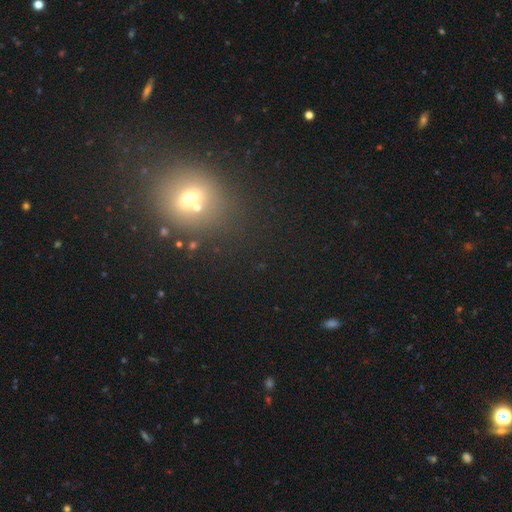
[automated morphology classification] smooth_or_featured: smooth (p=0.52) [alt: star or artifact p=0.37]
how_rounded: round (p=0.66) [alt: in between p=0.32]
merging: none (p=0.83) [alt: minor disturbance p=0.10]